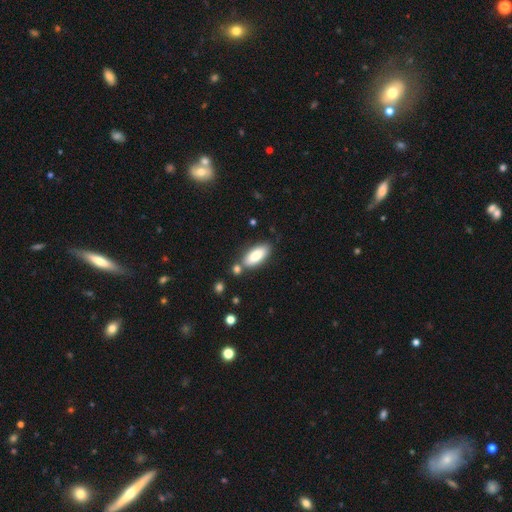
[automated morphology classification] Smooth or featured?
  - smooth: 83% *
  - featured or disk: 11%
  - star or artifact: 6%
How rounded?
  - in between: 82% *
  - cigar-shaped: 16%
  - round: 2%
Merging?
  - none: 73% *
  - minor disturbance: 12%
  - merger: 11%
  - major disturbance: 3%